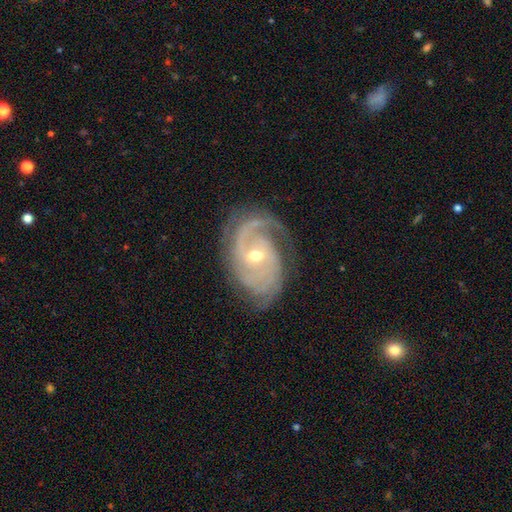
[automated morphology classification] The model was most divided on "bulge size": small: 53%, moderate: 44%, large: 2%, none: 1%, dominant: 1%. Remaining: spiral arms — yes (97%); edge-on disk — no (97%); smooth or featured — featured or disk (90%); merging — none (70%); bar — no (49%); spiral winding — tight (49%); spiral arm count — 2 (43%).